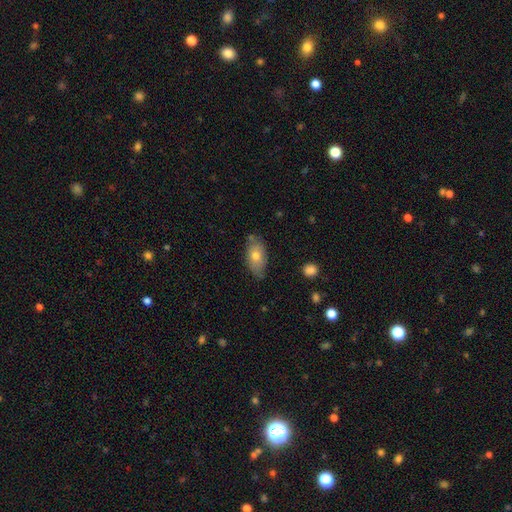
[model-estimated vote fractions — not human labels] Smooth or featured? smooth (71%)
How rounded? in between (90%)
Merging? none (70%)